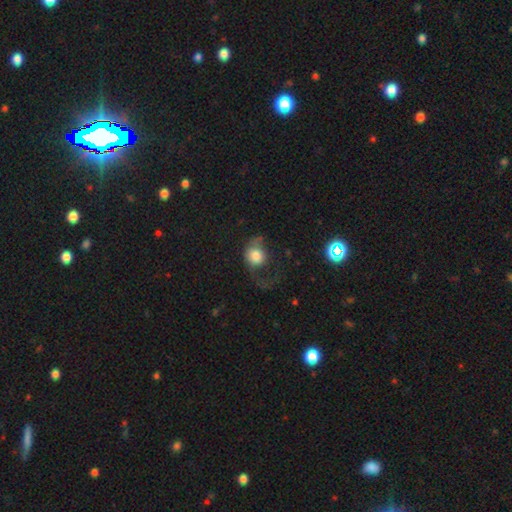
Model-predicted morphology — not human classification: Q: Smooth or featured?
A: smooth (68%); runner-up: featured or disk (23%)
Q: How rounded?
A: round (70%); runner-up: in between (28%)
Q: Merging?
A: major disturbance (54%); runner-up: none (24%)